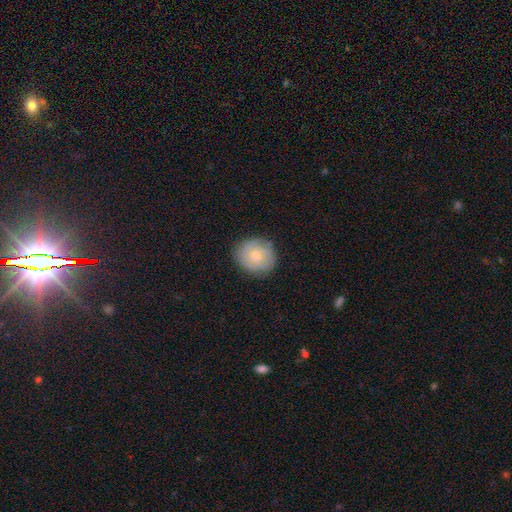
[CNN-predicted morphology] Smooth or featured: smooth — 59% (featured or disk — 34%)
How rounded: round — 80% (in between — 19%)
Merging: none — 81% (minor disturbance — 14%)